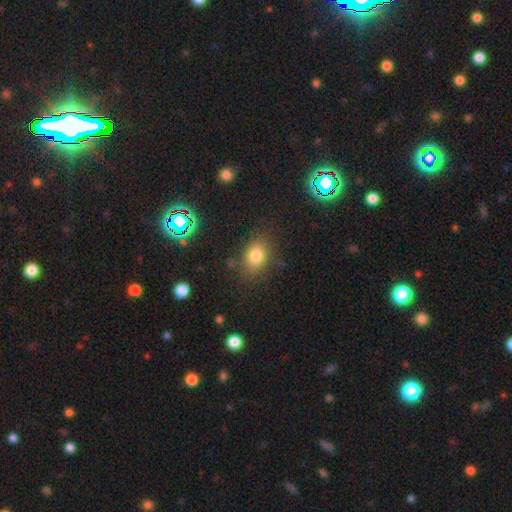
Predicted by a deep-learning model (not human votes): A smooth galaxy with no disk features (78%) that is in between round and cigar-shaped (68%).

Vote fractions:
- Smooth or featured? smooth: 78% / star or artifact: 13% / featured or disk: 8%
- How rounded? in between: 68% / round: 30% / cigar-shaped: 2%
- Merging? none: 78% / minor disturbance: 14% / major disturbance: 5% / merger: 3%